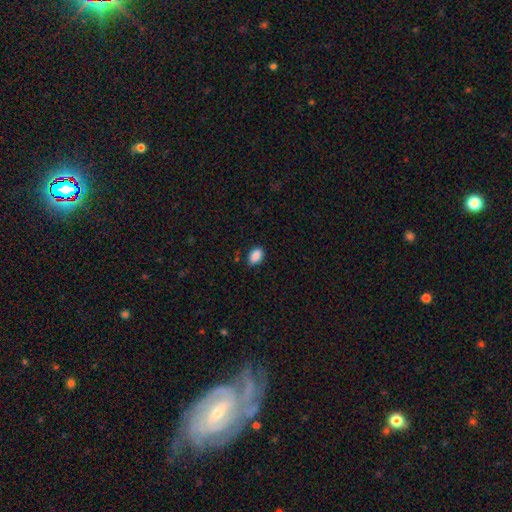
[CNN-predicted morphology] A smooth galaxy with no disk features (89%) that is in between round and cigar-shaped (86%). Merging: none (86%).